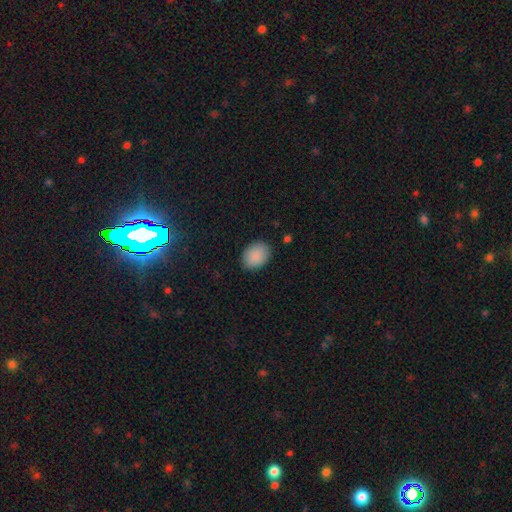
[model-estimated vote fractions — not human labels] A smooth galaxy with no disk features (89%) that is in between round and cigar-shaped (70%). Merging: none (87%).